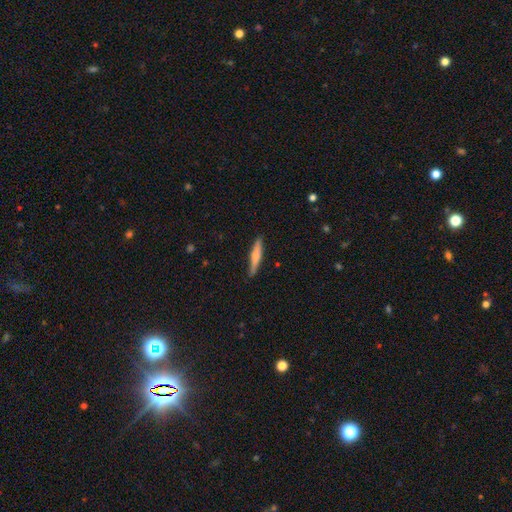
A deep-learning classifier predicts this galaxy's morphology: This is possibly a smooth galaxy (60%). How rounded: clearly cigar-shaped (91%). Merging: clearly none (87%).